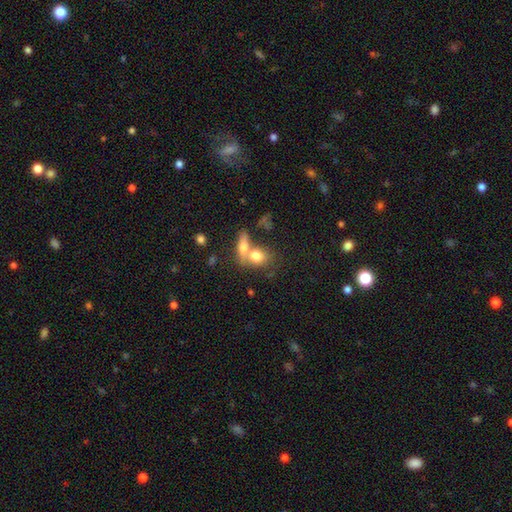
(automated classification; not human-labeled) A smooth galaxy with no disk features (76%) that is in between round and cigar-shaped (57%). Merging: merger (56%).